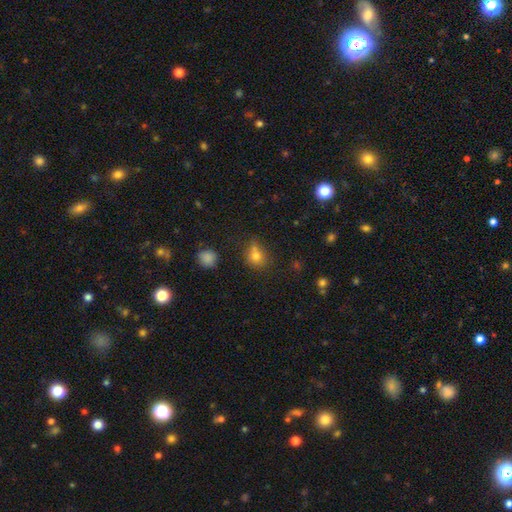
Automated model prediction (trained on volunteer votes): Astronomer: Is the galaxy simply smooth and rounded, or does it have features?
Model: smooth — 75%.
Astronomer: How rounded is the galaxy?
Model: round — 66%.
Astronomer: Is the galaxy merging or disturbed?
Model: none — 56%.